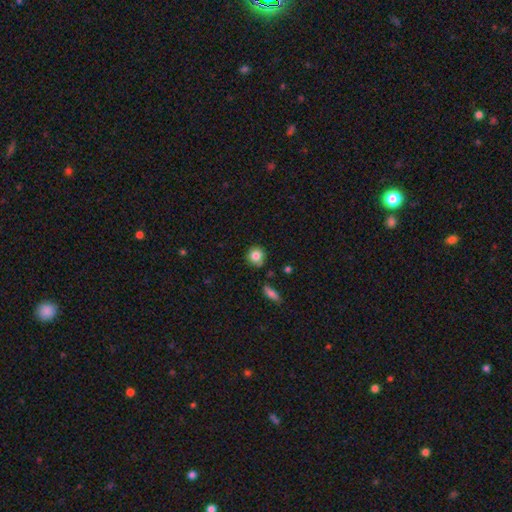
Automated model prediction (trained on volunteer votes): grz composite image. It shows a smooth galaxy with no disk features (82%) that is round (87%). Merging: none (78%).